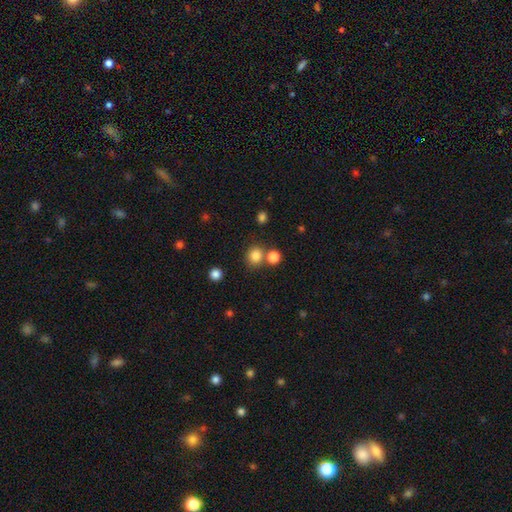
This appears to be a smooth galaxy with no disk features (90%) that is round (89%). Merging: none (69%).